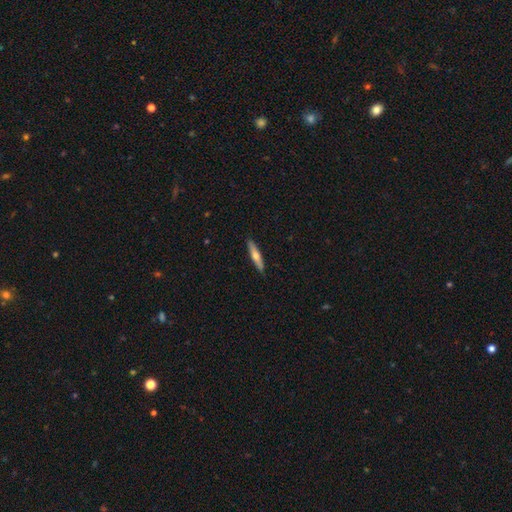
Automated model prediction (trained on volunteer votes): The model was most divided on "smooth or featured": smooth: 51%, featured or disk: 44%, star or artifact: 5%. More confident: merging — none (91%); how rounded — cigar-shaped (88%).